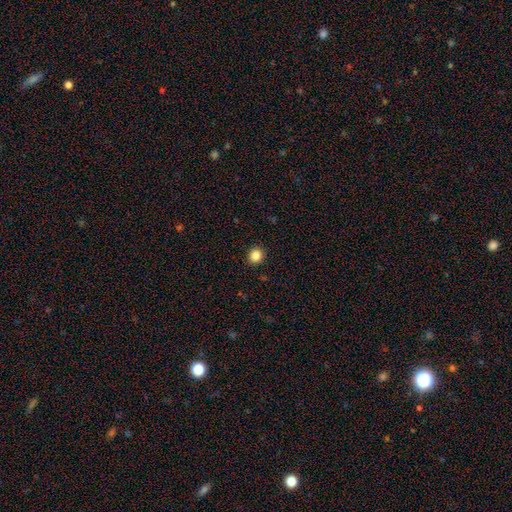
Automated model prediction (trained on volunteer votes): Smooth or featured? Predicted: smooth (p=0.85). How rounded? Predicted: round (p=0.90). Merging? Predicted: none (p=0.92).